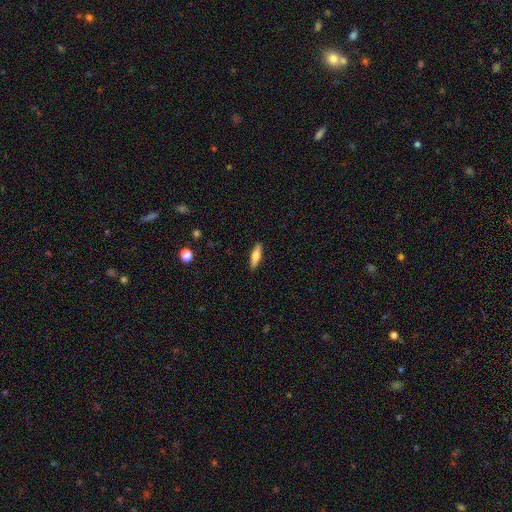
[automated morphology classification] A smooth galaxy with no disk features (54%) that is cigar-shaped (62%).

Vote fractions:
- Smooth or featured? smooth: 54% / featured or disk: 39% / star or artifact: 6%
- How rounded? cigar-shaped: 62% / in between: 35% / round: 2%
- Merging? none: 90% / minor disturbance: 7% / major disturbance: 2% / merger: 1%